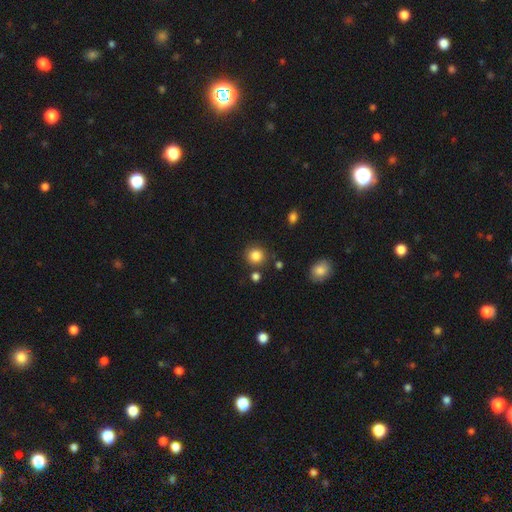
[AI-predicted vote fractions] smooth 84%, star or artifact 11%, featured or disk 5%. Down the decision tree: how rounded — round (90%); merging — none (83%).